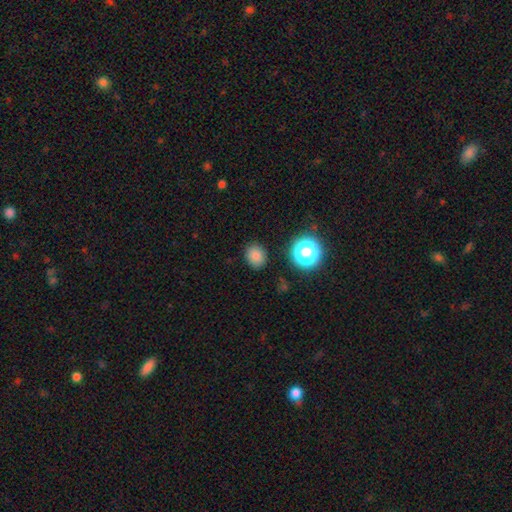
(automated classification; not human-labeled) smooth 81%, star or artifact 14%, featured or disk 5%. Down the decision tree: how rounded — round (66%); merging — none (86%).